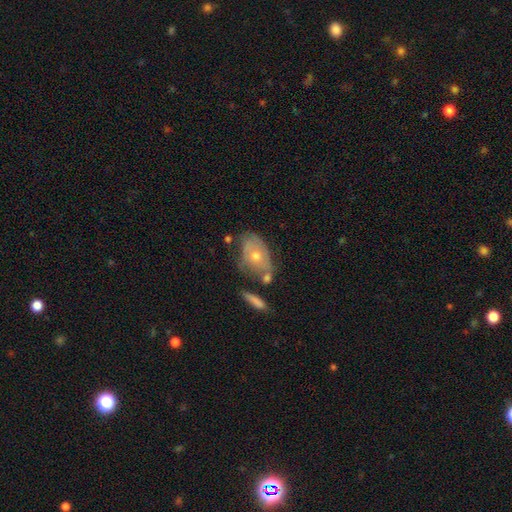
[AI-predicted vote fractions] Smooth or featured? featured or disk (50%)
Edge-on disk? no (90%)
Merging? none (47%)